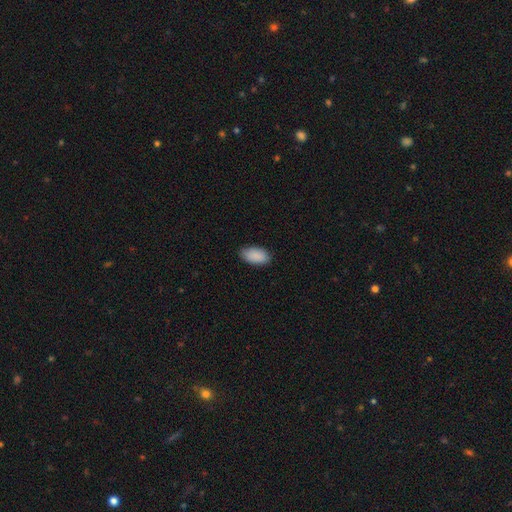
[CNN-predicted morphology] smooth_or_featured: smooth (p=0.90) [alt: star or artifact p=0.06]
how_rounded: in between (p=0.94) [alt: cigar-shaped p=0.03]
merging: none (p=0.86) [alt: minor disturbance p=0.11]